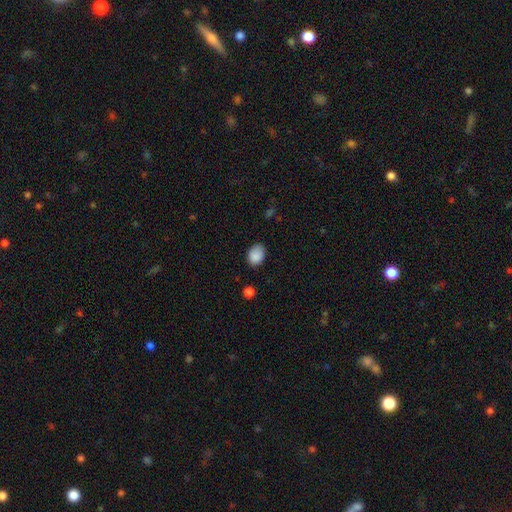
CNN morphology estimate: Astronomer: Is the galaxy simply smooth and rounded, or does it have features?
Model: smooth — 87%.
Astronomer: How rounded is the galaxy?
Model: in between — 66%.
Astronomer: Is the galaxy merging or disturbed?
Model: none — 72%.